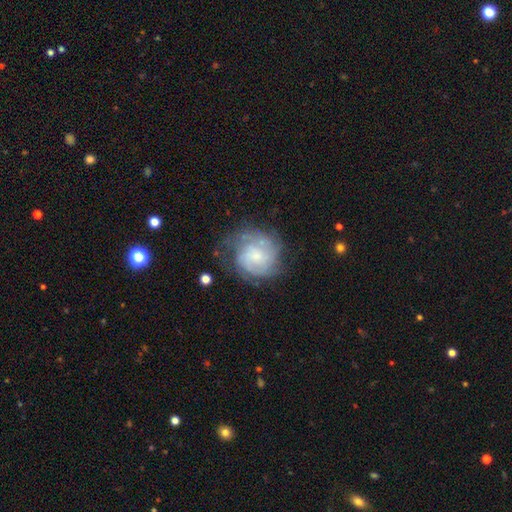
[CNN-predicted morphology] Smooth or featured: featured or disk — 67% (smooth — 26%)
Edge-on disk: no — 98% (yes — 2%)
Bar: no — 66% (weak — 30%)
Spiral arms: yes — 84% (no — 16%)
Spiral winding: tight — 55% (medium — 34%)
Spiral arm count: can't tell — 43% (2 — 27%)
Bulge size: small — 55% (moderate — 27%)
Merging: none — 58% (minor disturbance — 23%)